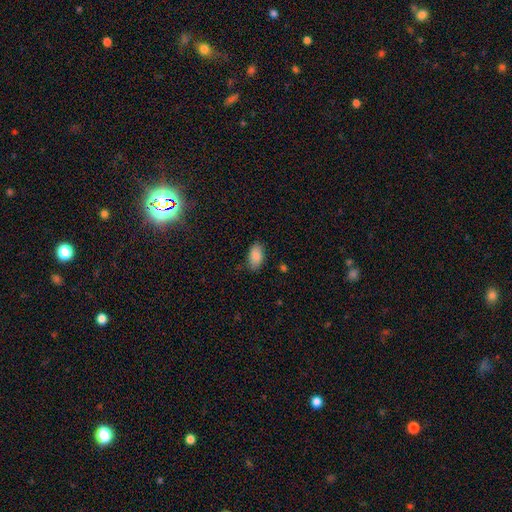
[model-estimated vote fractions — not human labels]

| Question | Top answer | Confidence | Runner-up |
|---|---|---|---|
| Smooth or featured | smooth | 88% | star or artifact (7%) |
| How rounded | in between | 93% | round (4%) |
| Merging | none | 76% | minor disturbance (19%) |